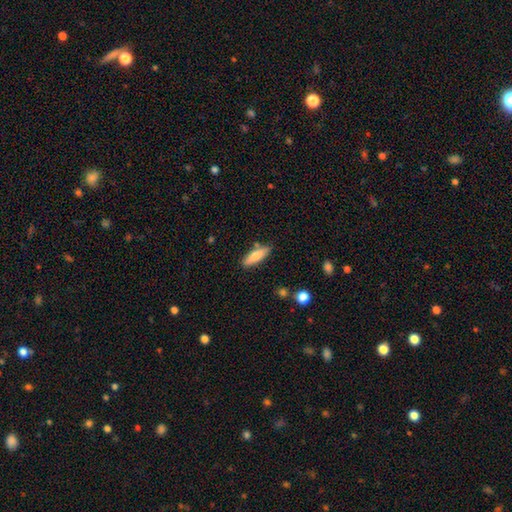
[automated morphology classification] smooth 74%, featured or disk 20%, star or artifact 6%. Down the decision tree: how rounded — cigar-shaped (54%); merging — none (80%).